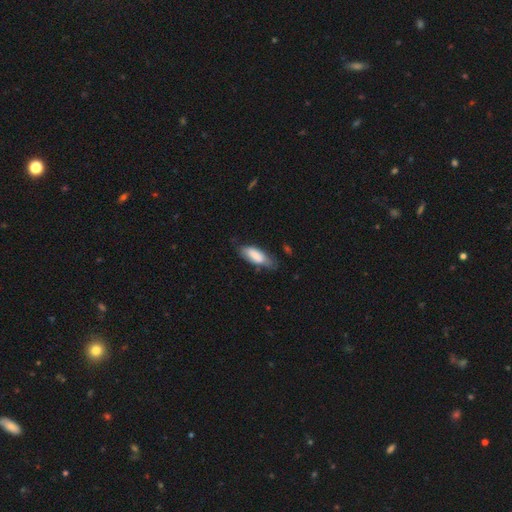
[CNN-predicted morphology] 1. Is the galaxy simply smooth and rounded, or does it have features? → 74% smooth, 20% featured or disk, 6% star or artifact.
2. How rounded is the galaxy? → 75% in between, 24% cigar-shaped, 2% round.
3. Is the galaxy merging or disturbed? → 57% none, 31% minor disturbance, 10% major disturbance, 3% merger.